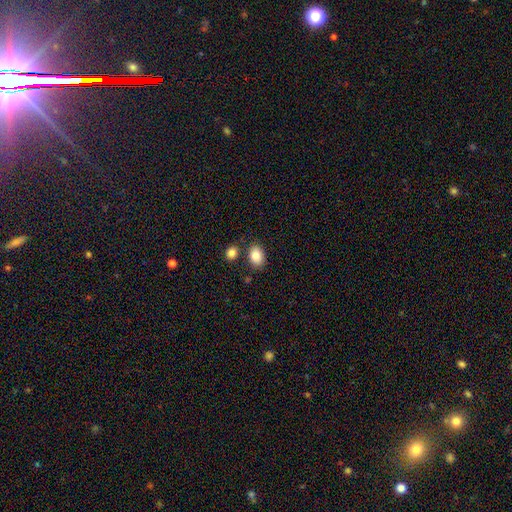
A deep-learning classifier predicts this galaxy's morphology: The model was most divided on "how rounded": in between: 78%, round: 21%, cigar-shaped: 1%. More confident: smooth or featured — smooth (86%); merging — none (77%).